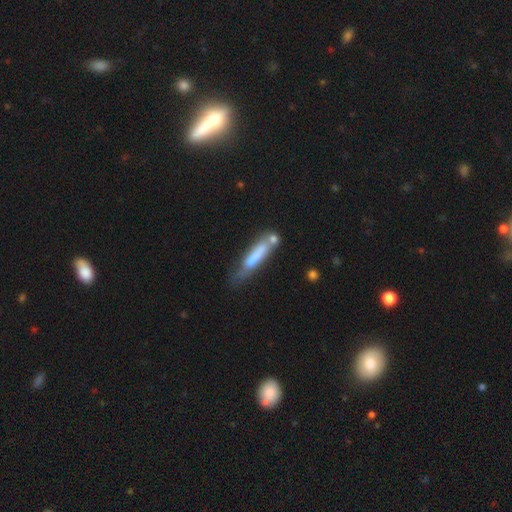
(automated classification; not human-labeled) Q: Smooth or featured?
A: smooth (63%); runner-up: featured or disk (30%)
Q: How rounded?
A: cigar-shaped (85%); runner-up: in between (13%)
Q: Merging?
A: none (38%); runner-up: merger (25%)